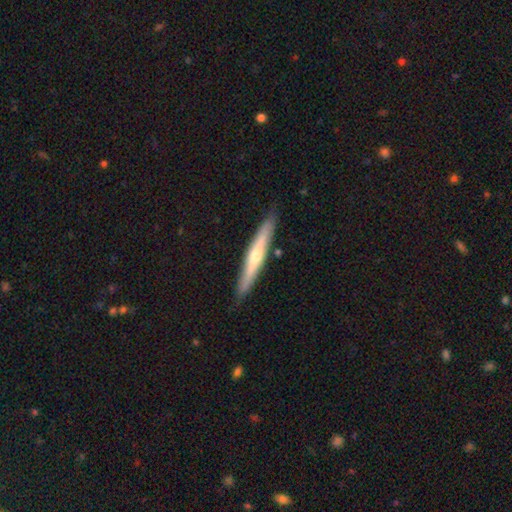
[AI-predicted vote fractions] A featured or disk galaxy (58%) viewed edge-on (91%) with a rounded central bulge (80%). Merging: none (88%).